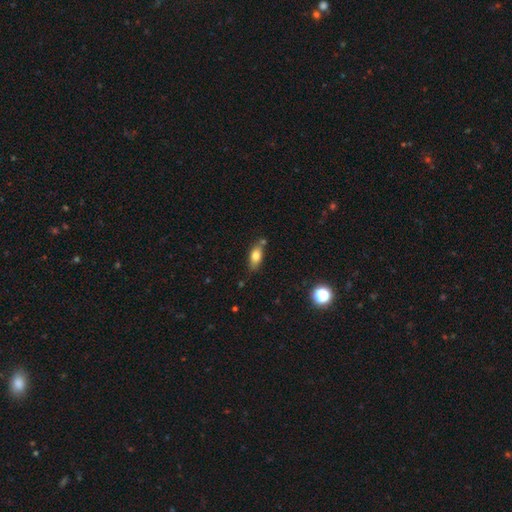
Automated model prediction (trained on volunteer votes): A smooth galaxy with no disk features (77%) that is in between round and cigar-shaped (81%).

Vote fractions:
- Smooth or featured? smooth: 77% / featured or disk: 14% / star or artifact: 9%
- How rounded? in between: 81% / cigar-shaped: 14% / round: 5%
- Merging? none: 66% / minor disturbance: 19% / merger: 10% / major disturbance: 4%